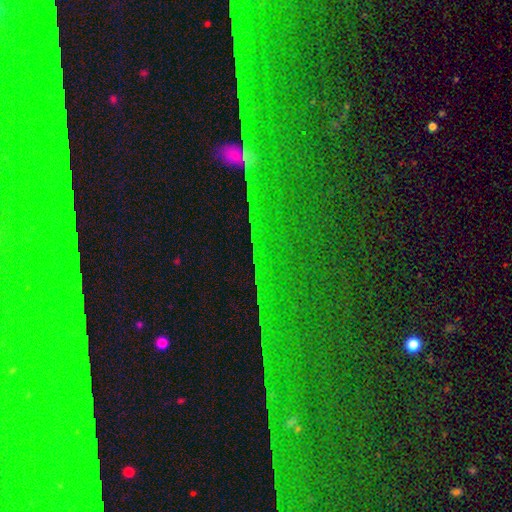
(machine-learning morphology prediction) Smooth or featured? Predicted: star or artifact (p=0.82).